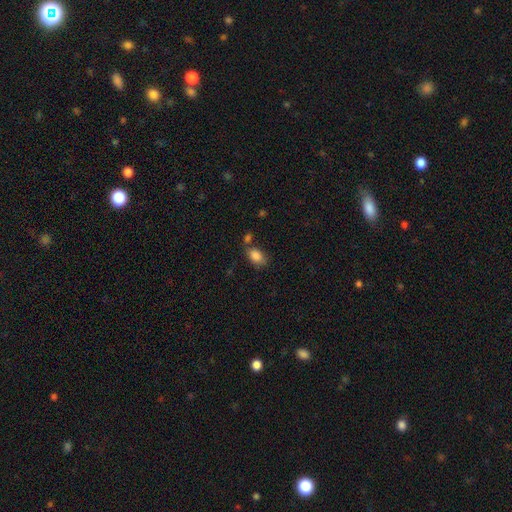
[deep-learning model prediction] smooth-or-featured: smooth: 85% | star or artifact: 9% | featured or disk: 6%
  how-rounded: in between: 85% | round: 13% | cigar-shaped: 2%
  merging: none: 58% | minor disturbance: 19% | merger: 16% | major disturbance: 6%